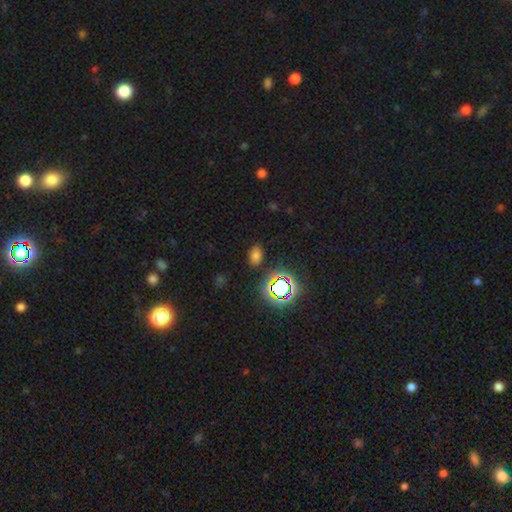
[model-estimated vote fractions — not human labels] Smooth or featured? smooth (66%)
How rounded? in between (83%)
Merging? none (84%)